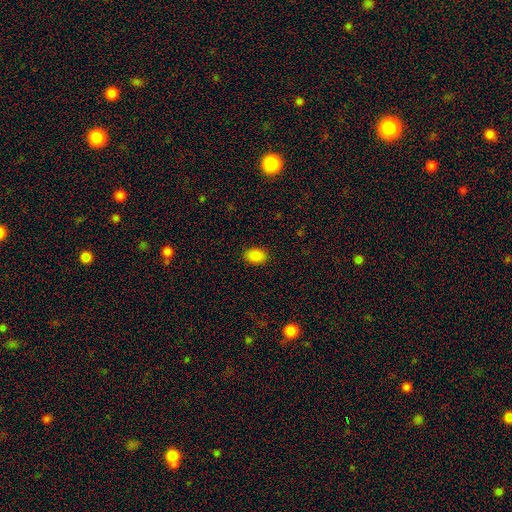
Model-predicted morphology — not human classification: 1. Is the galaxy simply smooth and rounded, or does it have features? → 87% smooth, 9% star or artifact, 4% featured or disk.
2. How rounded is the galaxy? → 84% in between, 15% round, 1% cigar-shaped.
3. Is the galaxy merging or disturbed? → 89% none, 8% minor disturbance, 2% major disturbance, 1% merger.